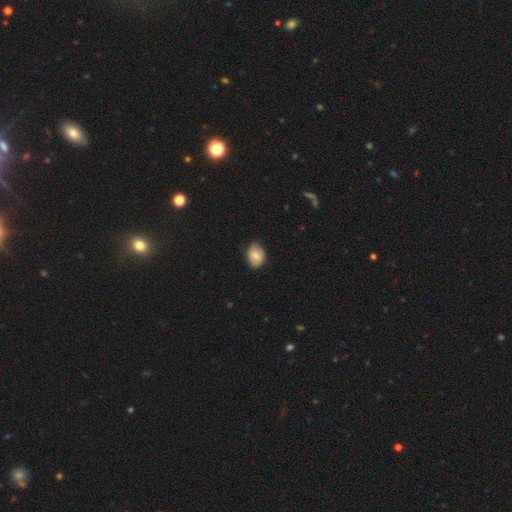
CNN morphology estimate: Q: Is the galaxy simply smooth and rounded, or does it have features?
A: smooth — 75%.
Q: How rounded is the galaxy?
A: in between — 67%.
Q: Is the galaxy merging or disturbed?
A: none — 77%.